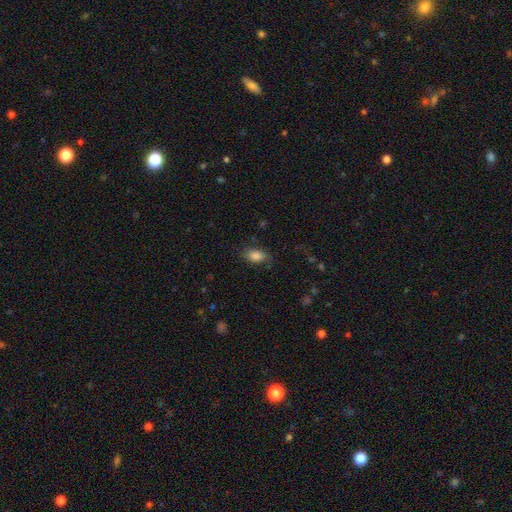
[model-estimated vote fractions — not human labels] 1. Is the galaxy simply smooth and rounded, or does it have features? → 85% smooth, 9% star or artifact, 6% featured or disk.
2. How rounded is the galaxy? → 87% in between, 10% round, 2% cigar-shaped.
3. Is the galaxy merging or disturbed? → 77% none, 17% minor disturbance, 5% major disturbance, 1% merger.